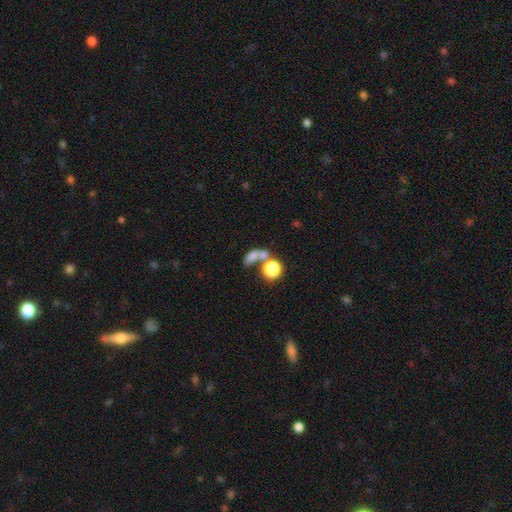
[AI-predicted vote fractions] smooth-or-featured: smooth: 69% | featured or disk: 16% | star or artifact: 15%
  how-rounded: in between: 61% | round: 33% | cigar-shaped: 7%
  merging: merger: 52% | none: 28% | major disturbance: 10% | minor disturbance: 9%